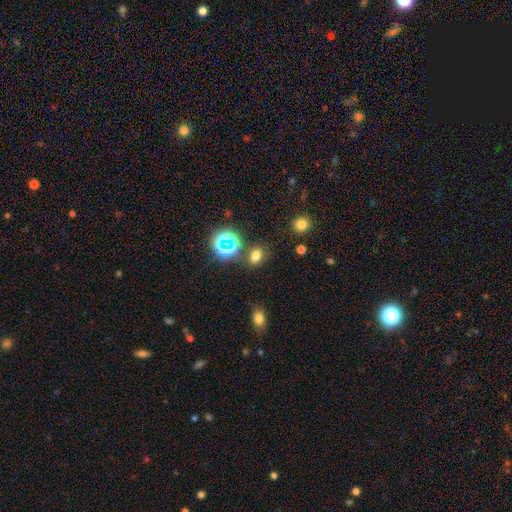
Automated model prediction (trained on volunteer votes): Morphology: type=smooth (68%); roundness=in between (65%); merging=none (80%).